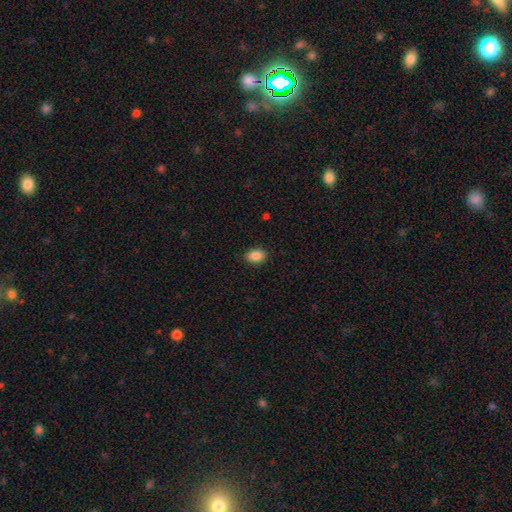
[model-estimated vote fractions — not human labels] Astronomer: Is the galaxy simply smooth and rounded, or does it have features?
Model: smooth — 88%.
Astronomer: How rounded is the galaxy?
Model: in between — 82%.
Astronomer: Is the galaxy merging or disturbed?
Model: none — 88%.